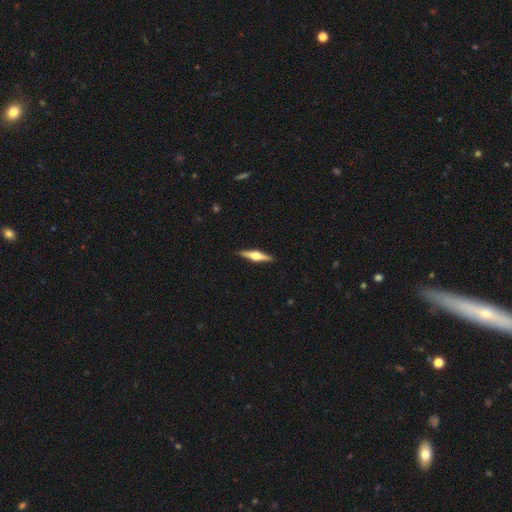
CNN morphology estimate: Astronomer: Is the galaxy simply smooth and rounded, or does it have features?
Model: featured or disk — 73%.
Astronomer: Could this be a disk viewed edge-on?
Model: yes — 98%.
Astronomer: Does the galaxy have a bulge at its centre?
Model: rounded — 95%.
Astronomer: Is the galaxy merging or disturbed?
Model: none — 92%.